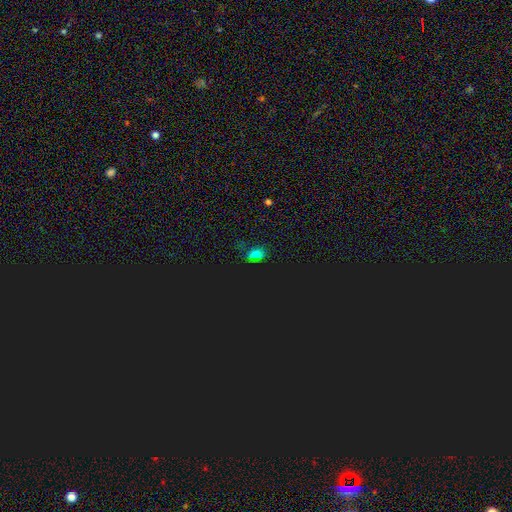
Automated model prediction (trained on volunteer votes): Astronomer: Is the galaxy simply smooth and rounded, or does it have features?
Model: smooth — 55% (runner-up: star or artifact, 38%).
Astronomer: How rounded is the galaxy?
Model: in between — 72%.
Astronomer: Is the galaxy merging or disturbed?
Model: none — 74%.